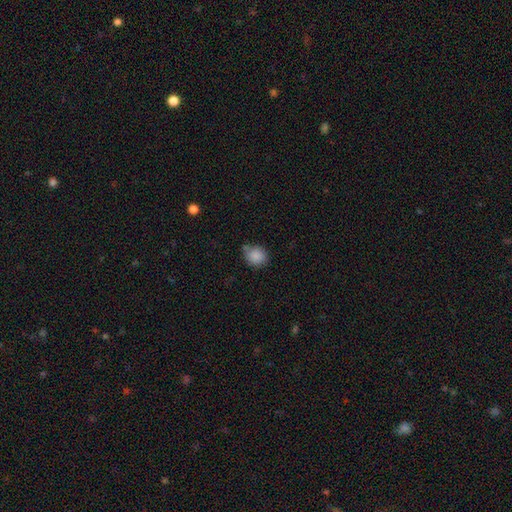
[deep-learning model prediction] Smooth or featured? Predicted: smooth (p=0.88). How rounded? Predicted: round (p=0.76). Merging? Predicted: none (p=0.69).